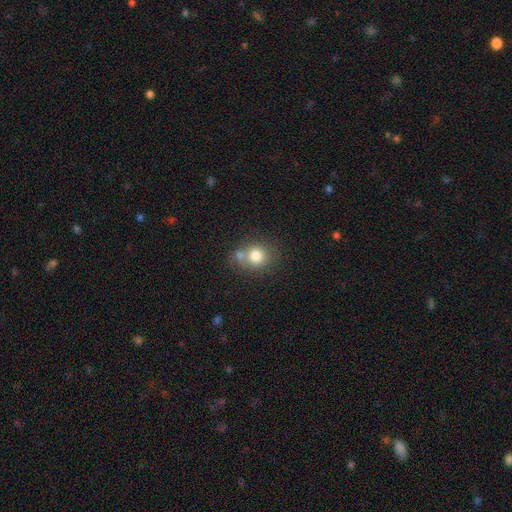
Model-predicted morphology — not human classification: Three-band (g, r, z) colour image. It shows a smooth galaxy with no disk features (78%) that is round (79%). Merging: none (52%).